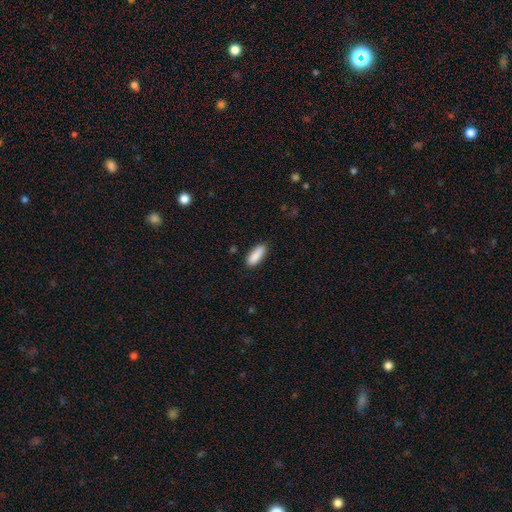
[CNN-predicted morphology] smooth-or-featured: smooth: 89% | star or artifact: 6% | featured or disk: 4%
  how-rounded: in between: 69% | cigar-shaped: 29% | round: 2%
  merging: none: 85% | minor disturbance: 12% | major disturbance: 2% | merger: 1%